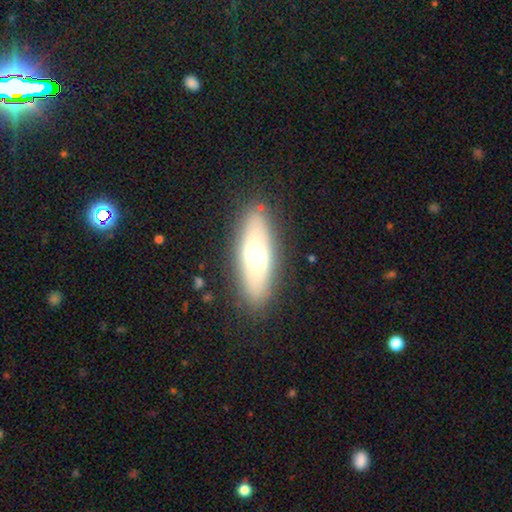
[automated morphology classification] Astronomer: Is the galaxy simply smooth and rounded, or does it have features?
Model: smooth — 48% (runner-up: featured or disk, 45%).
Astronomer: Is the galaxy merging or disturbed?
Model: none — 85%.